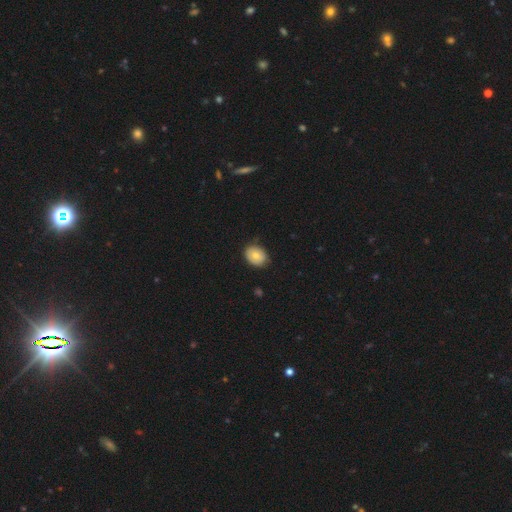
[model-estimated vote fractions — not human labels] Overall: smooth (74%). How rounded: in between (54%; round 46%). Merging: none (80%).